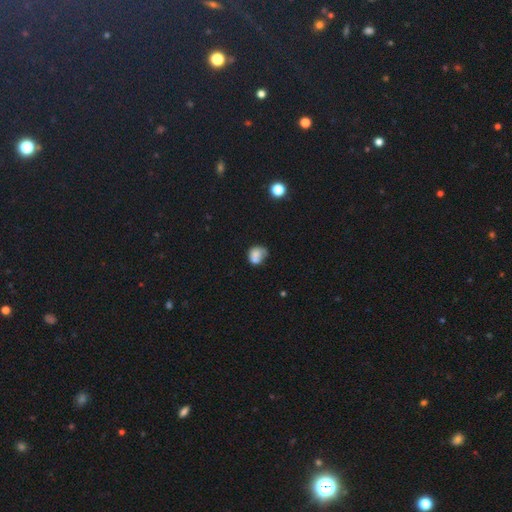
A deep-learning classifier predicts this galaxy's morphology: Smooth or featured? smooth (71%)
How rounded? round (61%)
Merging? none (35%)